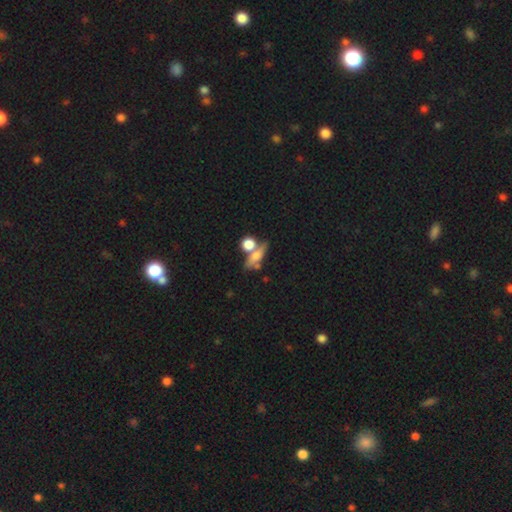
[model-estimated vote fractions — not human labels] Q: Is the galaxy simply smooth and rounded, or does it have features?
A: smooth — 58%.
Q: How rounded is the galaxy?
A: in between — 43%.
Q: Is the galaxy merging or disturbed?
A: none — 47%.